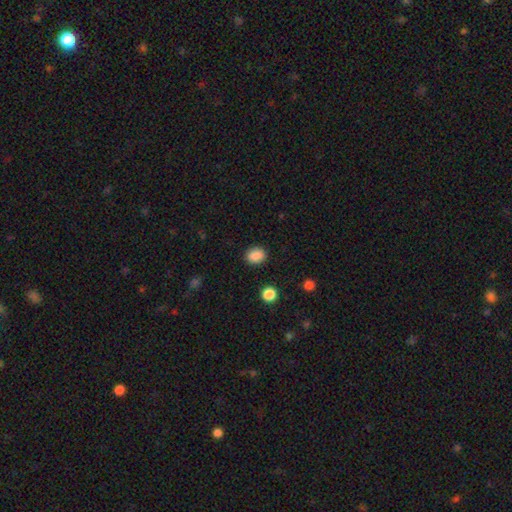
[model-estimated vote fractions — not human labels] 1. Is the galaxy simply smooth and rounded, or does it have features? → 87% smooth, 9% star or artifact, 3% featured or disk.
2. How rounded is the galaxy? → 54% in between, 45% round, 1% cigar-shaped.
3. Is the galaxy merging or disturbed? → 89% none, 7% minor disturbance, 3% major disturbance, 1% merger.